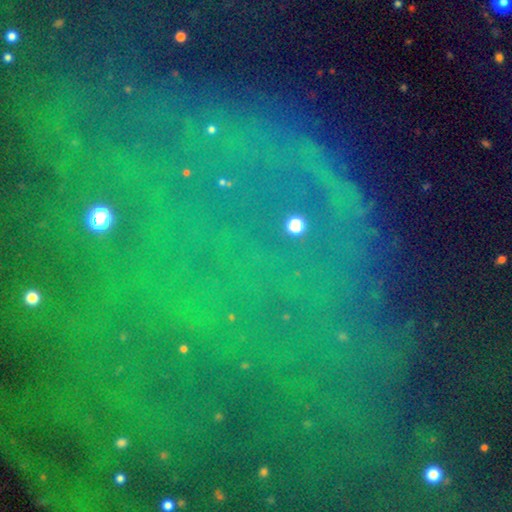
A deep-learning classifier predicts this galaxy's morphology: Q: Smooth or featured?
A: star or artifact (74%); runner-up: featured or disk (14%)